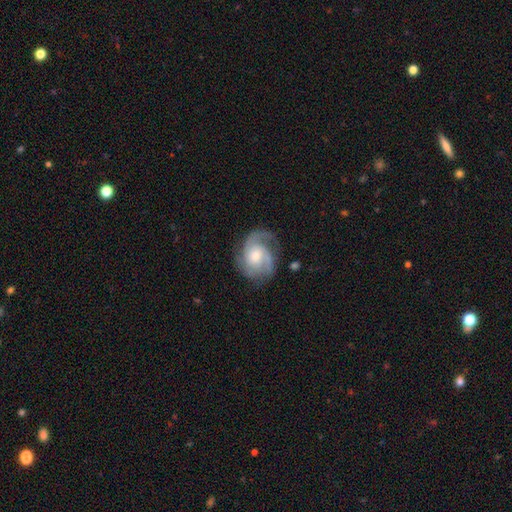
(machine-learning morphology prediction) This is clearly a featured or disk galaxy (84%). It is clearly not viewed edge-on (98%). Bar: likely no (69%). Spiral arm pattern: clearly yes (96%). Spiral arm count: marginally 2 (42%). Spiral winding: marginally medium (45%). Central bulge: possibly moderate (49%). Merging: likely none (68%).